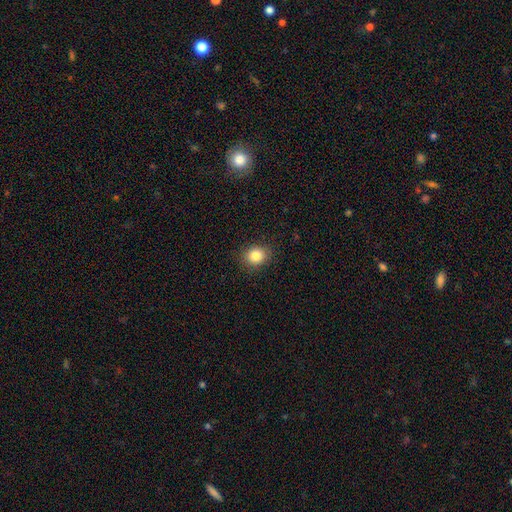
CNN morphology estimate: Q: Smooth or featured?
A: smooth (84%); runner-up: star or artifact (10%)
Q: How rounded?
A: round (65%); runner-up: in between (34%)
Q: Merging?
A: none (88%); runner-up: minor disturbance (8%)